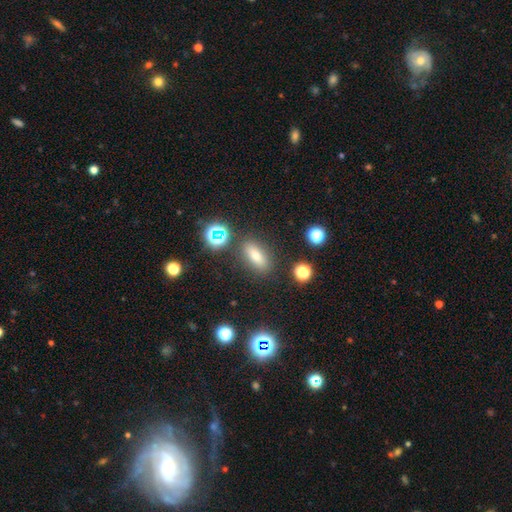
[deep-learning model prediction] Smooth or featured?
  - smooth: 71% *
  - star or artifact: 15%
  - featured or disk: 14%
How rounded?
  - in between: 65% *
  - cigar-shaped: 27%
  - round: 9%
Merging?
  - none: 83% *
  - minor disturbance: 9%
  - merger: 4%
  - major disturbance: 3%